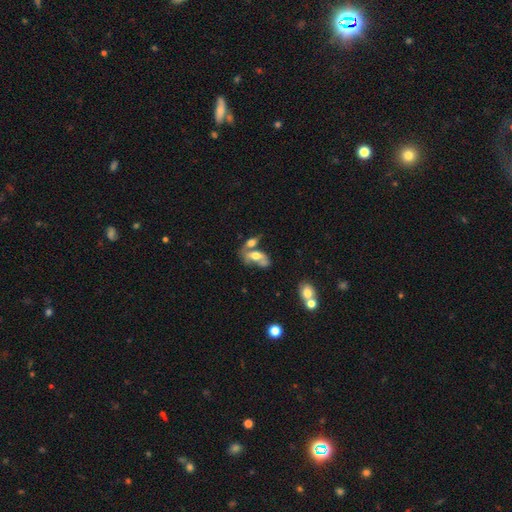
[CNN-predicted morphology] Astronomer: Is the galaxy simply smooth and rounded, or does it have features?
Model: smooth — 49% (runner-up: featured or disk, 42%).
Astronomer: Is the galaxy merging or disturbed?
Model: merger — 49% (runner-up: none, 24%).